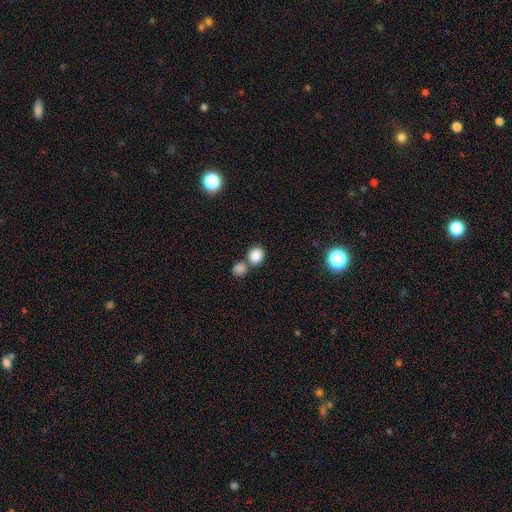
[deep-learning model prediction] Smooth or featured? smooth (85%)
How rounded? round (74%)
Merging? none (53%)